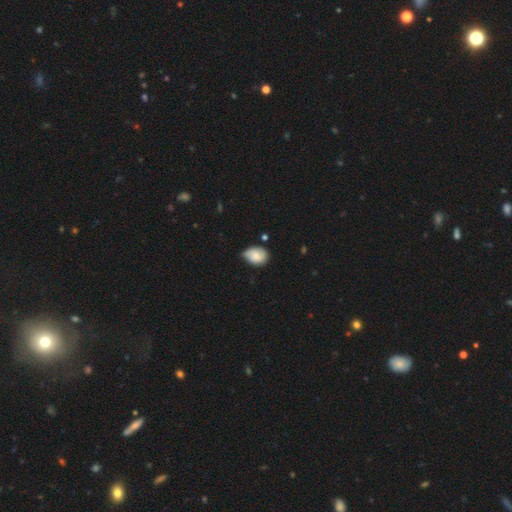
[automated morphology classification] Smooth or featured?
  - smooth: 66% *
  - featured or disk: 26%
  - star or artifact: 8%
How rounded?
  - in between: 64% *
  - round: 34%
  - cigar-shaped: 1%
Merging?
  - none: 46% *
  - minor disturbance: 43%
  - major disturbance: 8%
  - merger: 3%